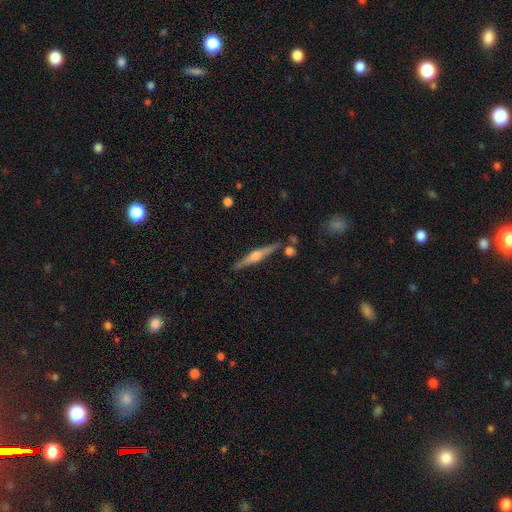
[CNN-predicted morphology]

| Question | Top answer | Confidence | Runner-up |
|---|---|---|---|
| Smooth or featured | featured or disk | 73% | smooth (21%) |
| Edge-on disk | yes | 98% | no (2%) |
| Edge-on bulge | rounded | 90% | boxy (6%) |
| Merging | none | 86% | minor disturbance (8%) |